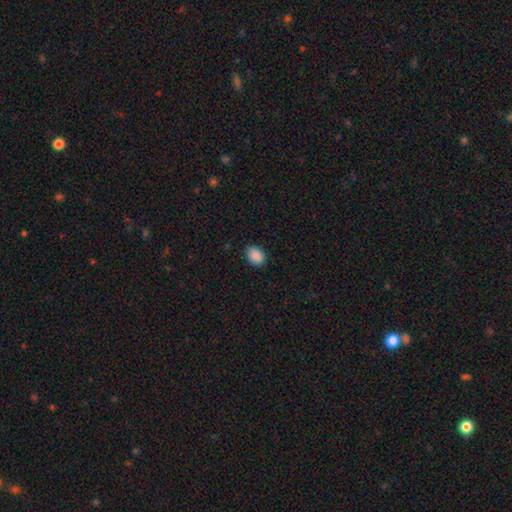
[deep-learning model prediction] Smooth or featured? smooth (89%)
How rounded? in between (67%)
Merging? none (84%)